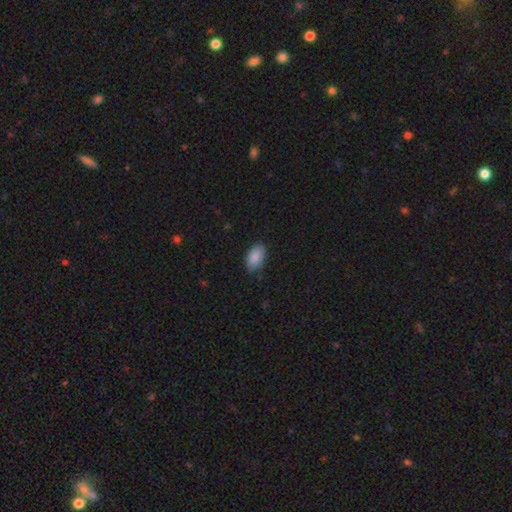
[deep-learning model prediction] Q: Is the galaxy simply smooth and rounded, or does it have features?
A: smooth — 89%.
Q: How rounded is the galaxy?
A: in between — 94%.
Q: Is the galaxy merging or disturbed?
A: none — 84%.